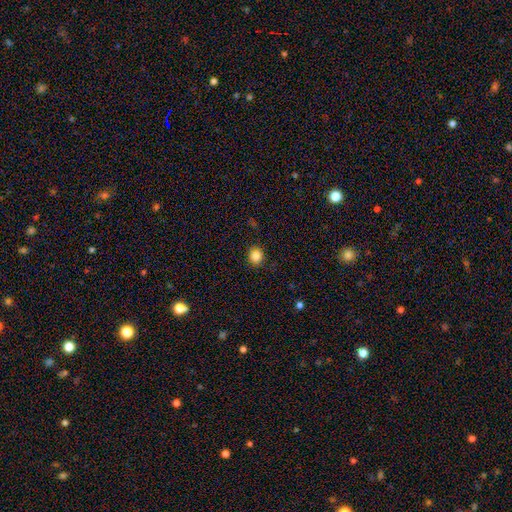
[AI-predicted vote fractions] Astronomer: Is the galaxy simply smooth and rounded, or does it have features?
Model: smooth — 85%.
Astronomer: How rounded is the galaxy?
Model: round — 82%.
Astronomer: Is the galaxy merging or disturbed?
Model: none — 89%.